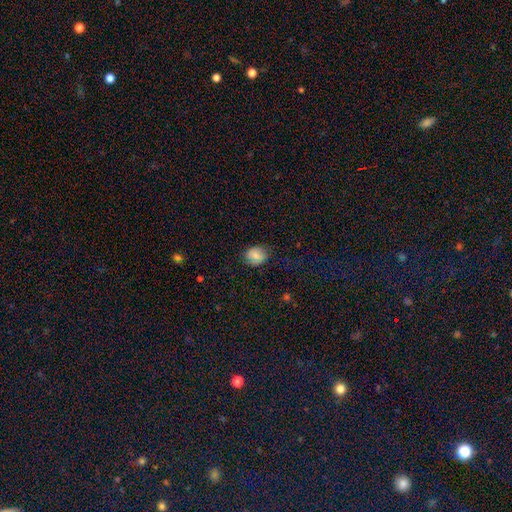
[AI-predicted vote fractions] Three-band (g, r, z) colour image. It shows a smooth galaxy with no disk features (77%) that is round (55%). Merging: none (80%).